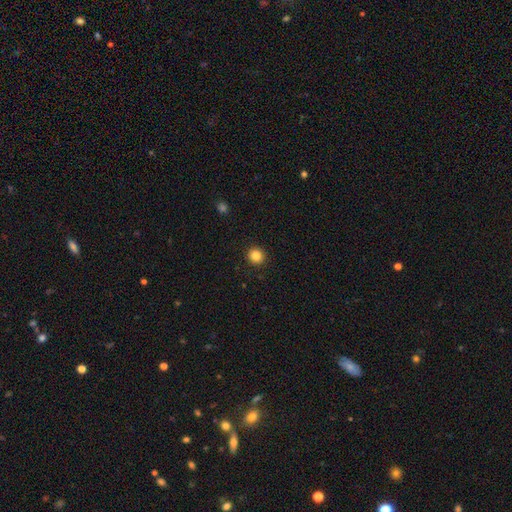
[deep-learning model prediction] A smooth galaxy with no disk features (85%) that is round (93%).

Vote fractions:
- Smooth or featured? smooth: 85% / star or artifact: 11% / featured or disk: 4%
- How rounded? round: 93% / in between: 6% / cigar-shaped: 1%
- Merging? none: 92% / minor disturbance: 5% / major disturbance: 2% / merger: 1%